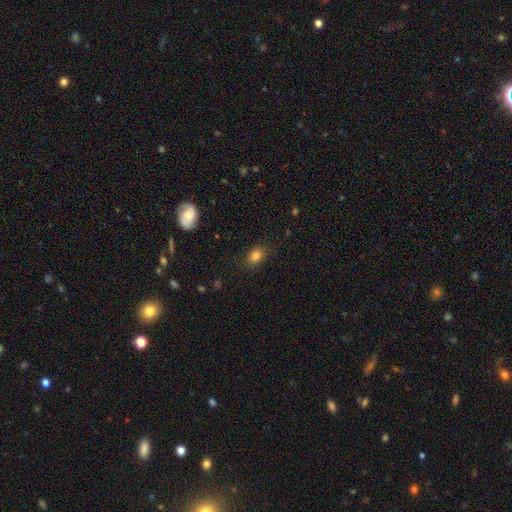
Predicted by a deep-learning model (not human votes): Smooth or featured? smooth (83%)
How rounded? in between (71%)
Merging? none (83%)